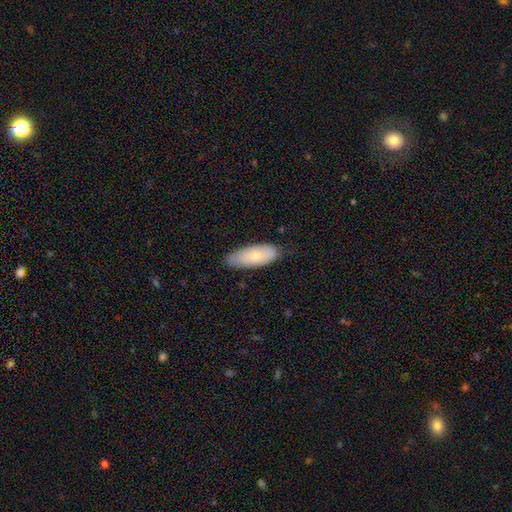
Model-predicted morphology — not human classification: Smooth or featured? smooth (67%)
How rounded? in between (80%)
Merging? none (76%)